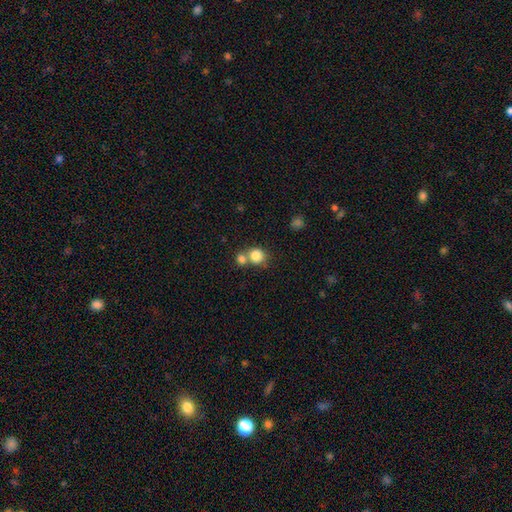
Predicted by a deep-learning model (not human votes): This is clearly a smooth galaxy (83%). How rounded: clearly round (85%). Merging: possibly none (46%).